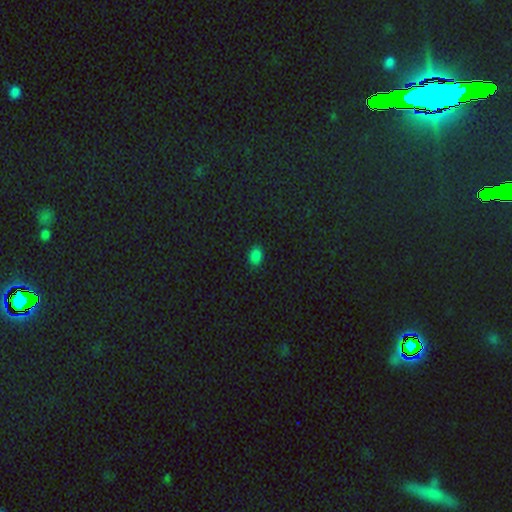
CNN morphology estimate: Smooth or featured: smooth — 81% (star or artifact — 16%)
How rounded: in between — 77% (round — 21%)
Merging: none — 86% (minor disturbance — 11%)